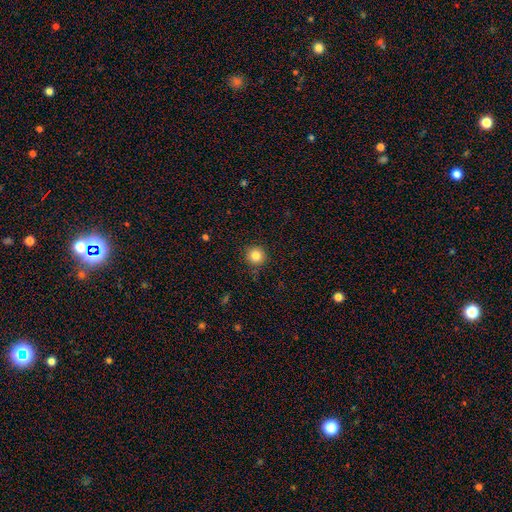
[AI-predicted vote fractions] The model was most divided on "smooth or featured": smooth: 84%, star or artifact: 11%, featured or disk: 5%. More confident: how rounded — round (95%); merging — none (89%).